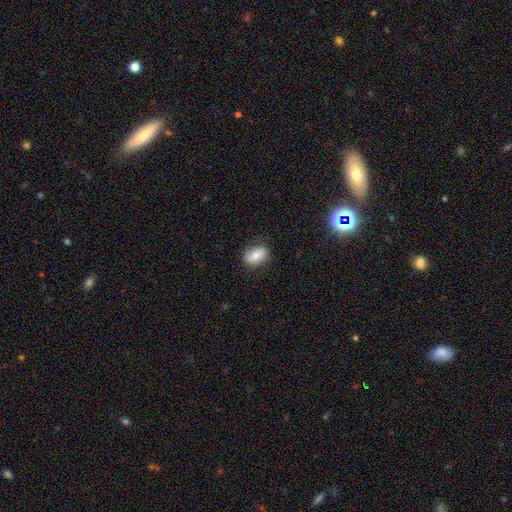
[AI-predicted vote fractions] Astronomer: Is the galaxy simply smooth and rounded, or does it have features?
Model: smooth — 73%.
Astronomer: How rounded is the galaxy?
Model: in between — 80%.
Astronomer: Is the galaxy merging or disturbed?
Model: none — 82%.